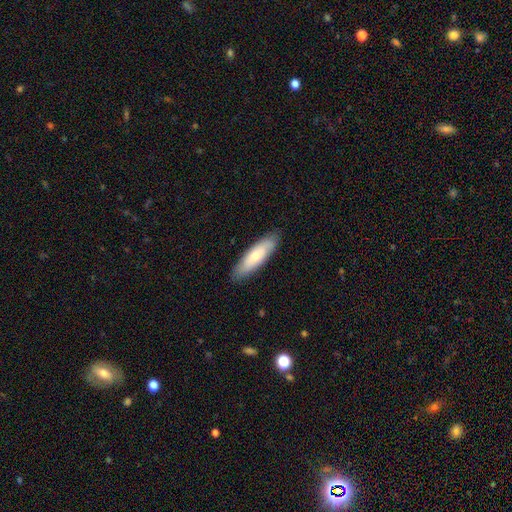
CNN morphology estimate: smooth 65%, featured or disk 29%, star or artifact 5%. Down the decision tree: how rounded — cigar-shaped (55%); merging — none (85%).